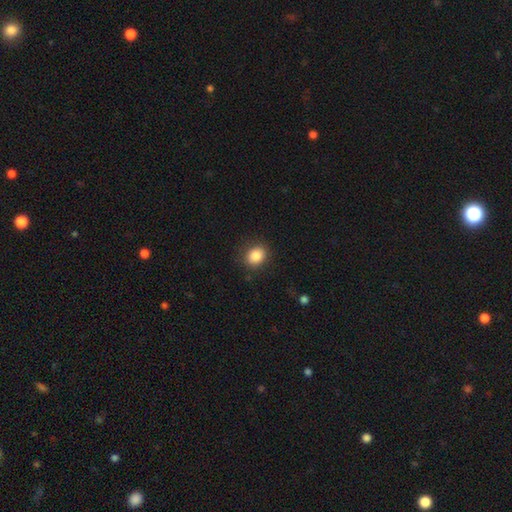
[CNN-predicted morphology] smooth-or-featured: smooth: 86% | star or artifact: 9% | featured or disk: 5%
  how-rounded: round: 62% | in between: 37% | cigar-shaped: 1%
  merging: none: 86% | minor disturbance: 10% | major disturbance: 3% | merger: 1%